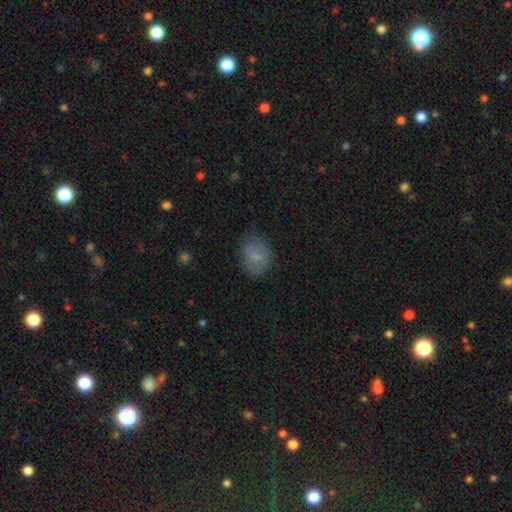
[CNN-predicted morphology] This is likely a smooth galaxy (73%). How rounded: possibly in between (58%). Merging: likely none (67%).